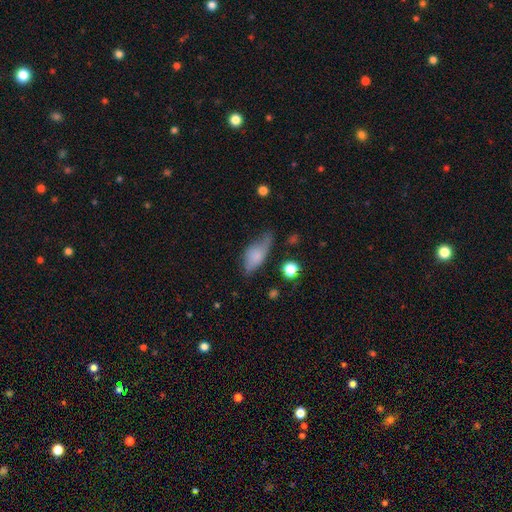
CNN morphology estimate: The model was most divided on "merging": none: 43%, minor disturbance: 38%, major disturbance: 16%, merger: 3%. More confident: how rounded — in between (80%); smooth or featured — smooth (65%).